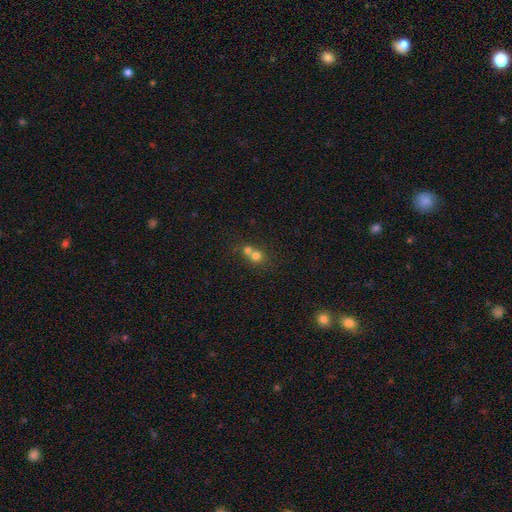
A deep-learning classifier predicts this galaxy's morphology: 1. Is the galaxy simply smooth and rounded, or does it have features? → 73% smooth, 14% star or artifact, 13% featured or disk.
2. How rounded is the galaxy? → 84% round, 15% in between, 1% cigar-shaped.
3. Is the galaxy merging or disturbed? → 60% merger, 33% none, 4% minor disturbance, 2% major disturbance.